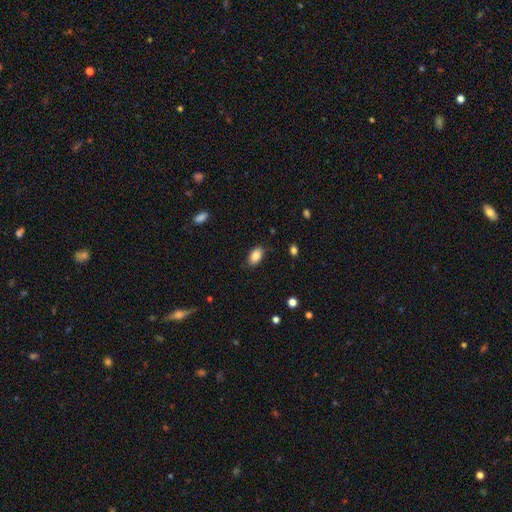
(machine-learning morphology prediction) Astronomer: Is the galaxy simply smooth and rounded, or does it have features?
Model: smooth — 87%.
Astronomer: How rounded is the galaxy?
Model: in between — 91%.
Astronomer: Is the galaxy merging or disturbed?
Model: none — 83%.